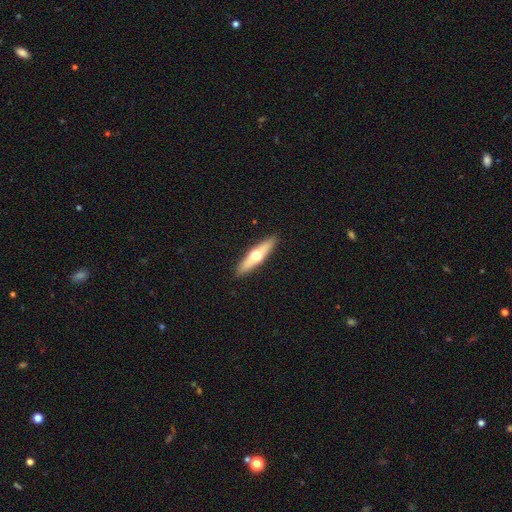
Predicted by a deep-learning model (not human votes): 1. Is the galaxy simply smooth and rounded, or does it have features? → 50% featured or disk, 45% smooth, 5% star or artifact.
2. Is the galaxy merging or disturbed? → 91% none, 7% minor disturbance, 2% major disturbance, 1% merger.